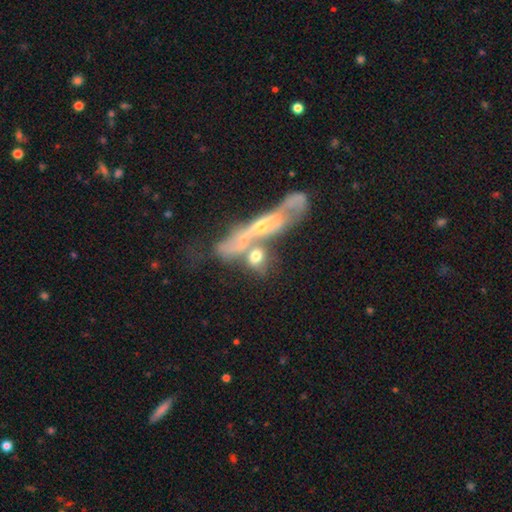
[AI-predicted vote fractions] Smooth or featured? featured or disk (45%)
Merging? merger (51%)